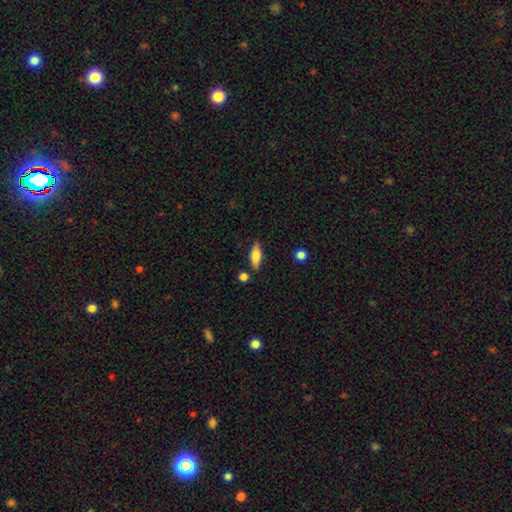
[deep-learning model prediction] Q: Smooth or featured?
A: smooth (64%); runner-up: featured or disk (29%)
Q: How rounded?
A: in between (59%); runner-up: cigar-shaped (38%)
Q: Merging?
A: none (79%); runner-up: minor disturbance (13%)